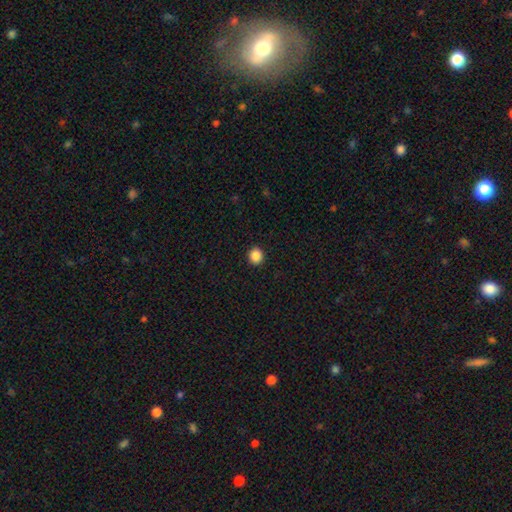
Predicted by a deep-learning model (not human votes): smooth_or_featured: smooth (p=0.87) [alt: star or artifact p=0.10]
how_rounded: round (p=0.85) [alt: in between p=0.14]
merging: none (p=0.93) [alt: minor disturbance p=0.05]